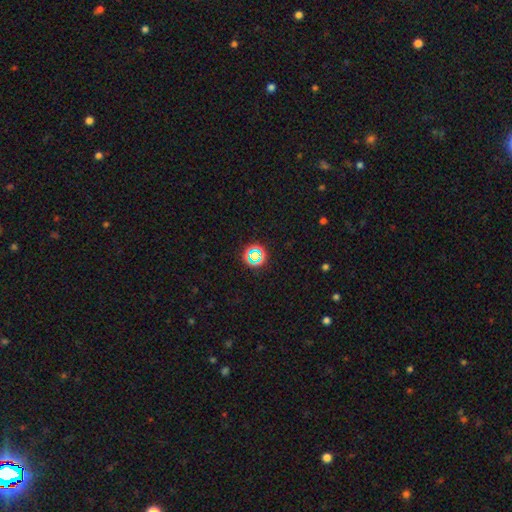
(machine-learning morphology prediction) smooth-or-featured: star or artifact: 65% | smooth: 24% | featured or disk: 11%